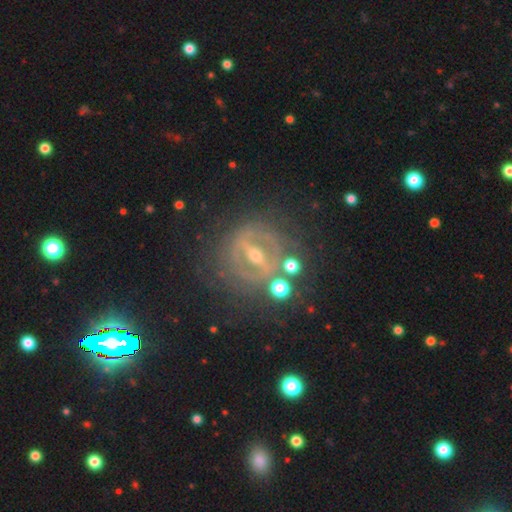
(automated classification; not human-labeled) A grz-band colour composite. It shows a featured or disk galaxy (80%) with a strong bar (71%), spiral arms (53%) and a moderate central bulge (52%). Merging: none (72%).